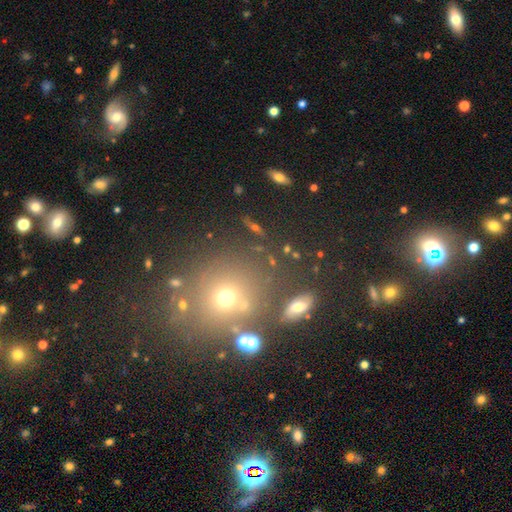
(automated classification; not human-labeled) A smooth galaxy with no disk features (53%) that is round (78%). Merging: none (73%).